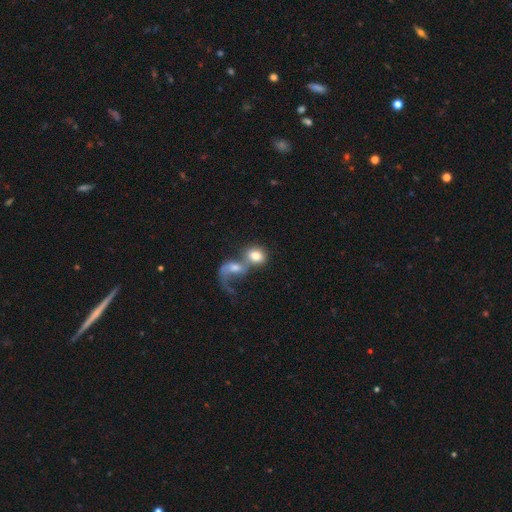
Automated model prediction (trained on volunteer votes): Morphology: type=smooth (66%); roundness=in between (50%); merging=merger (67%).